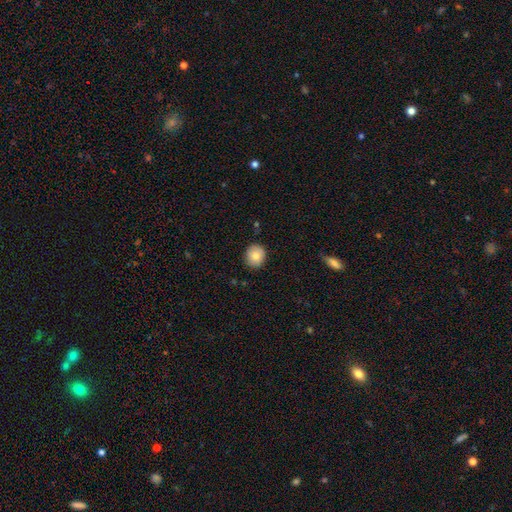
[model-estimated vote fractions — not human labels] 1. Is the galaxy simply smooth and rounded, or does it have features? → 84% smooth, 8% featured or disk, 8% star or artifact.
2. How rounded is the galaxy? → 78% round, 22% in between, 1% cigar-shaped.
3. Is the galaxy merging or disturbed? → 86% none, 10% minor disturbance, 2% major disturbance, 1% merger.